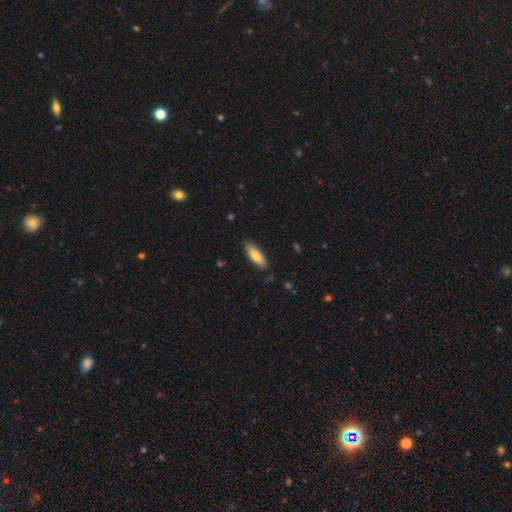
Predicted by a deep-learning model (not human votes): Smooth or featured? smooth (79%)
How rounded? in between (60%)
Merging? none (86%)